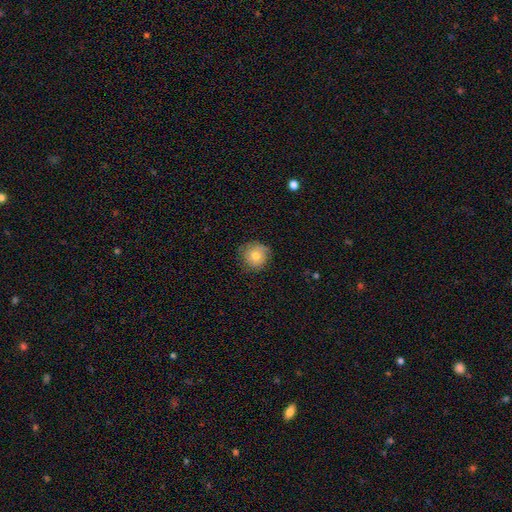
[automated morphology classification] smooth-or-featured: smooth: 73% | featured or disk: 18% | star or artifact: 9%
  how-rounded: round: 91% | in between: 8% | cigar-shaped: 1%
  merging: none: 75% | minor disturbance: 20% | major disturbance: 4% | merger: 1%